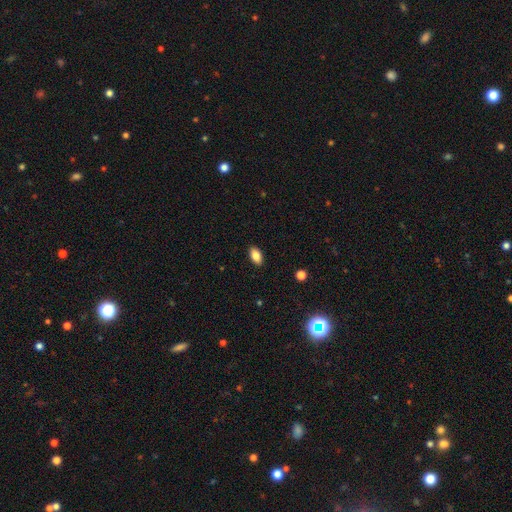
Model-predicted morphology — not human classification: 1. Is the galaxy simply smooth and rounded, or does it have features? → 84% smooth, 8% featured or disk, 8% star or artifact.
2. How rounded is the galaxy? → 92% in between, 4% round, 4% cigar-shaped.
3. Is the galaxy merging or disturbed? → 89% none, 8% minor disturbance, 2% major disturbance, 1% merger.